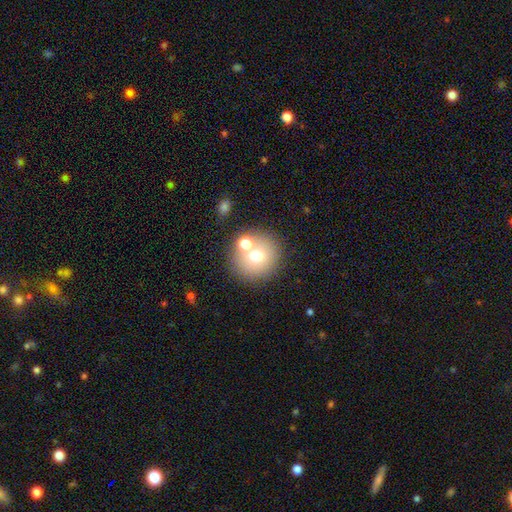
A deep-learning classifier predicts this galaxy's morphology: The model was most divided on "merging": none: 66%, merger: 22%, minor disturbance: 9%, major disturbance: 4%. More confident: how rounded — round (89%); smooth or featured — smooth (68%).